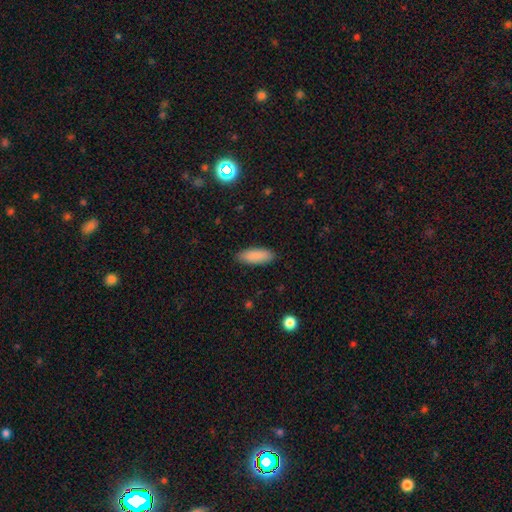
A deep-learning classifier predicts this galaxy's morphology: smooth 89%, star or artifact 6%, featured or disk 5%. Down the decision tree: how rounded — in between (71%); merging — none (87%).